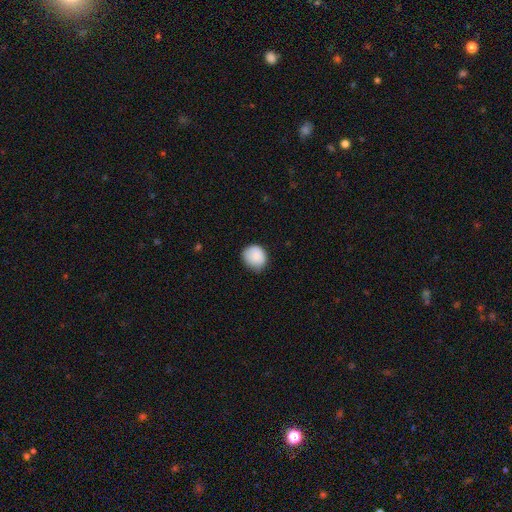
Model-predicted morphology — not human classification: A smooth galaxy with no disk features (87%) that is round (74%). Merging: none (70%).